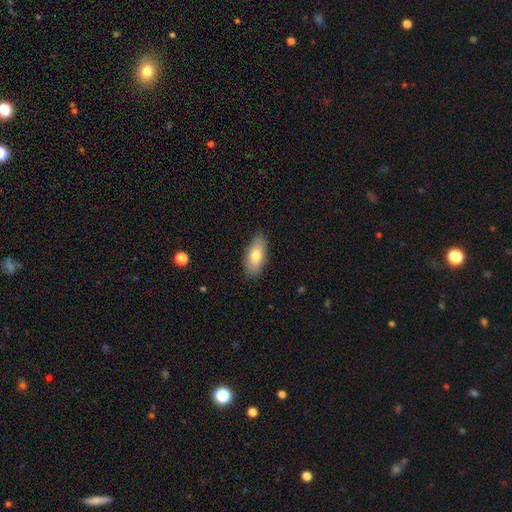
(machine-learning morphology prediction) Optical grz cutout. It shows a smooth galaxy with no disk features (77%) that is in between round and cigar-shaped (86%). Merging: none (87%).